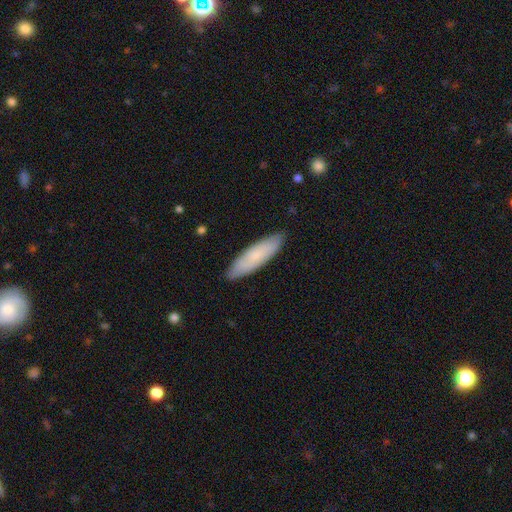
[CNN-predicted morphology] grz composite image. It shows a smooth galaxy with no disk features (75%) that is cigar-shaped (62%). Merging: none (87%).